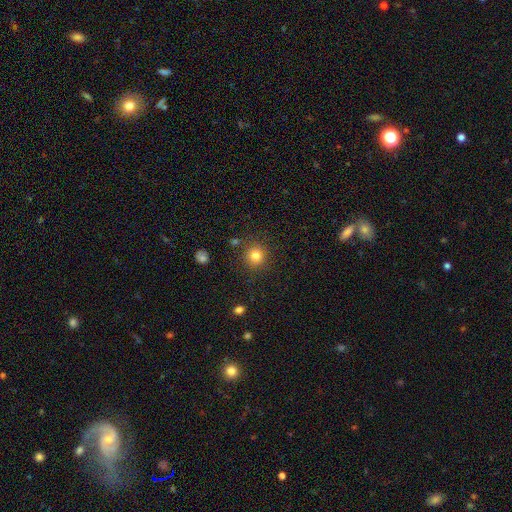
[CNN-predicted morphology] This appears to be a smooth galaxy with no disk features (80%) that is round (92%). Merging: none (87%).